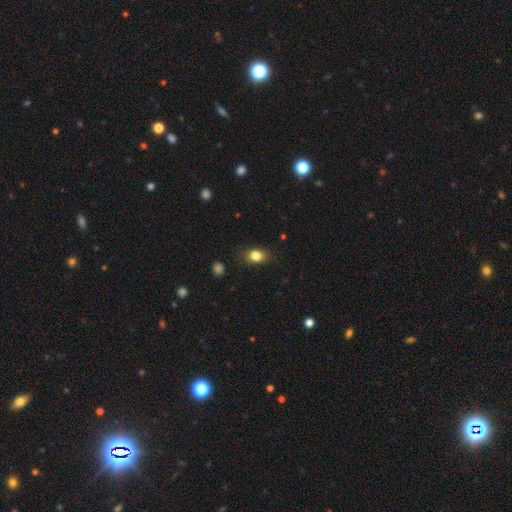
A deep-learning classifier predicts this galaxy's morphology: A smooth galaxy with no disk features (82%) that is in between round and cigar-shaped (69%). Merging: none (81%).